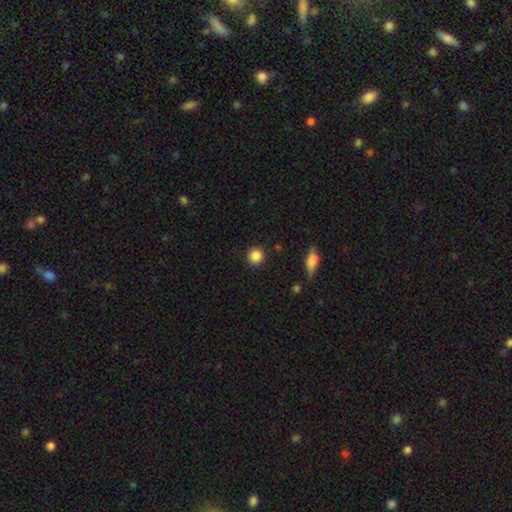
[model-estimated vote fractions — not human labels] Smooth or featured? Predicted: smooth (p=0.85). How rounded? Predicted: round (p=0.93). Merging? Predicted: none (p=0.90).